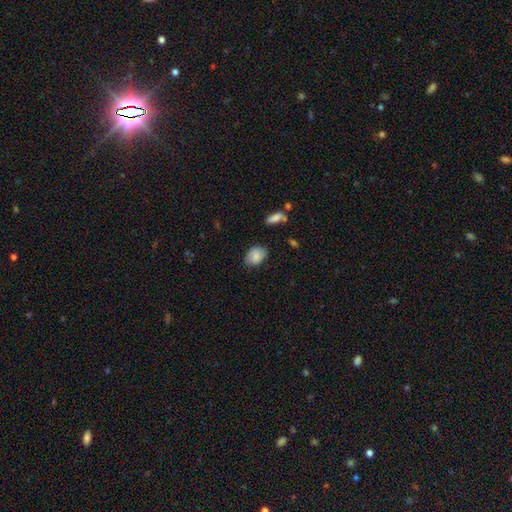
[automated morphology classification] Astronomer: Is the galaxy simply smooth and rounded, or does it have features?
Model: smooth — 83%.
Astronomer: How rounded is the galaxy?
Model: in between — 76%.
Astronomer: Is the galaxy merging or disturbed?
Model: none — 74%.